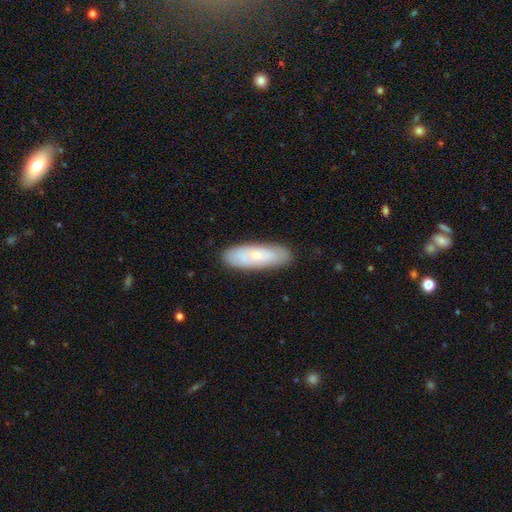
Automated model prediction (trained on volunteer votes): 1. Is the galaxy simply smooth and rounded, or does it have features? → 56% smooth, 38% featured or disk, 6% star or artifact.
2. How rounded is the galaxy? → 54% in between, 44% cigar-shaped, 2% round.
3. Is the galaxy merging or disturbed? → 85% none, 11% minor disturbance, 2% major disturbance, 1% merger.